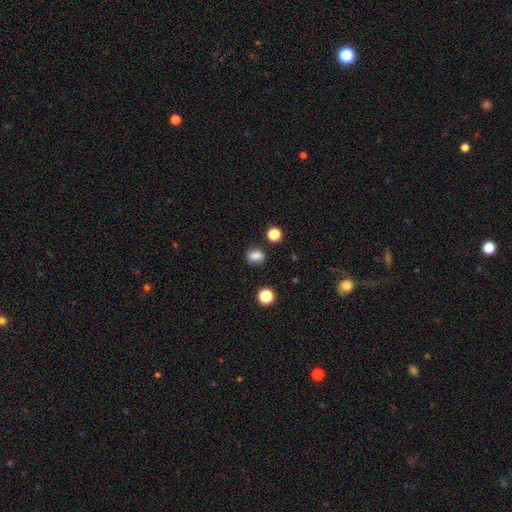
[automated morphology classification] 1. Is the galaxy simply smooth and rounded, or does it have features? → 81% smooth, 12% star or artifact, 7% featured or disk.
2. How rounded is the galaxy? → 51% round, 47% in between, 1% cigar-shaped.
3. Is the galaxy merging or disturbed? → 80% none, 13% minor disturbance, 4% merger, 4% major disturbance.